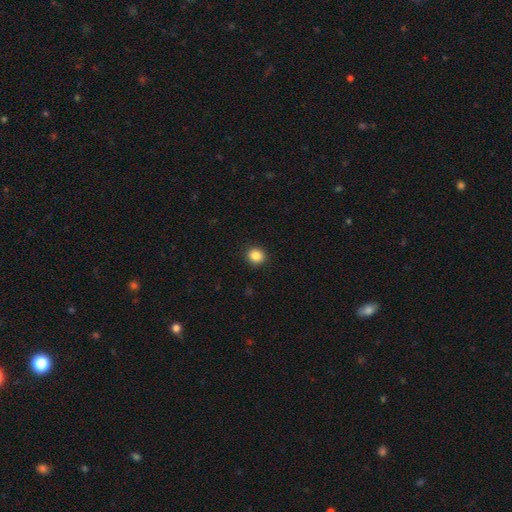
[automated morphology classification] This is clearly a smooth galaxy (86%). How rounded: clearly round (82%). Merging: clearly none (92%).